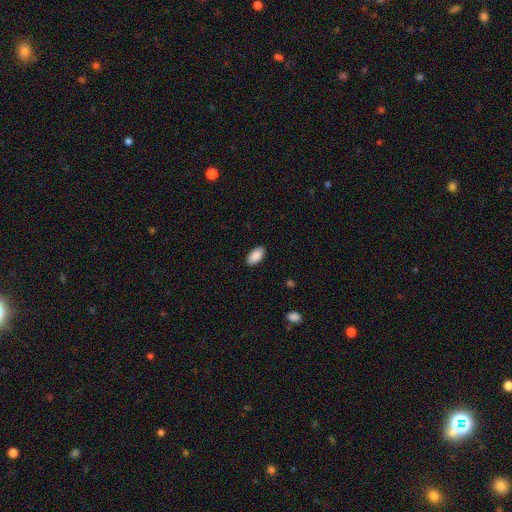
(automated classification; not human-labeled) smooth_or_featured: smooth (p=0.90) [alt: star or artifact p=0.06]
how_rounded: in between (p=0.95) [alt: cigar-shaped p=0.03]
merging: none (p=0.89) [alt: minor disturbance p=0.08]